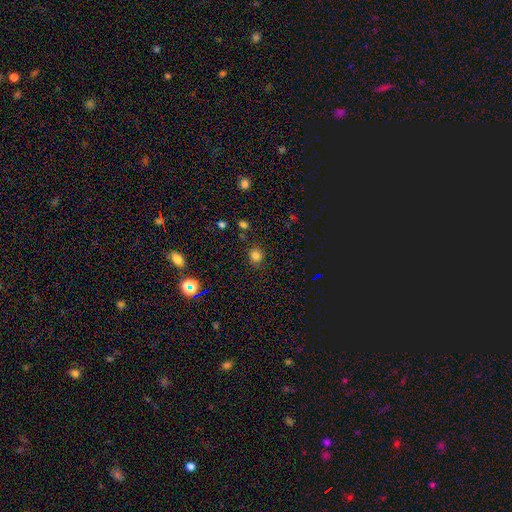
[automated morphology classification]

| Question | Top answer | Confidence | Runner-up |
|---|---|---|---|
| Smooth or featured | smooth | 79% | star or artifact (16%) |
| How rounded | round | 84% | in between (15%) |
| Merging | none | 85% | minor disturbance (9%) |